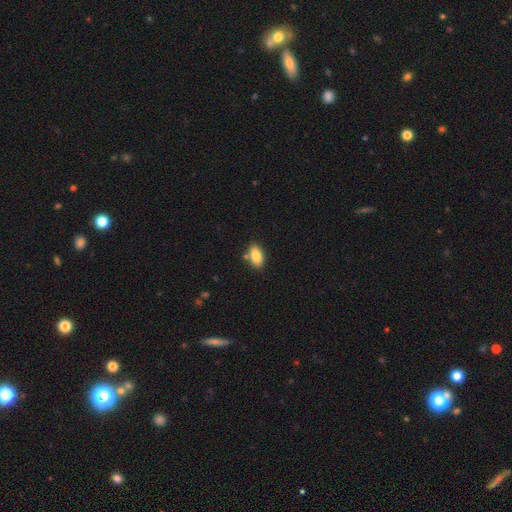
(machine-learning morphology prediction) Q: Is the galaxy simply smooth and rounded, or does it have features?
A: smooth — 86%.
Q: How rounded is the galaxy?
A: in between — 92%.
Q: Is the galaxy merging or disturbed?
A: none — 78%.